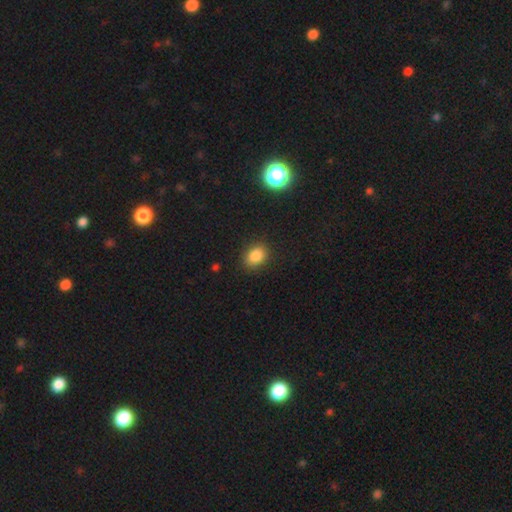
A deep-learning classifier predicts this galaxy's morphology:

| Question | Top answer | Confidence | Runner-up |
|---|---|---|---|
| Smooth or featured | smooth | 85% | star or artifact (10%) |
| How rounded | in between | 65% | round (34%) |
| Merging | none | 87% | minor disturbance (9%) |